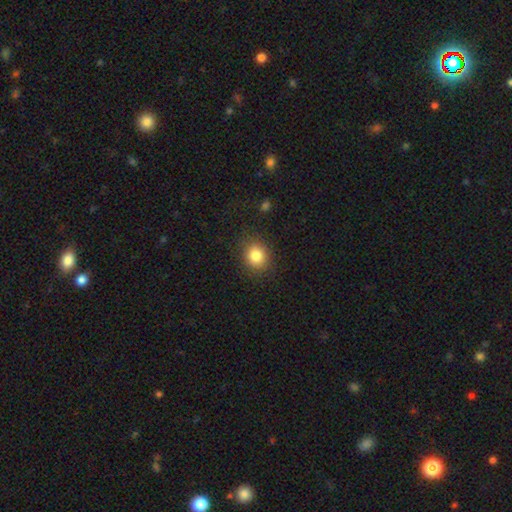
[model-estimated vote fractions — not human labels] A smooth galaxy with no disk features (83%) that is round (74%). Merging: none (86%).